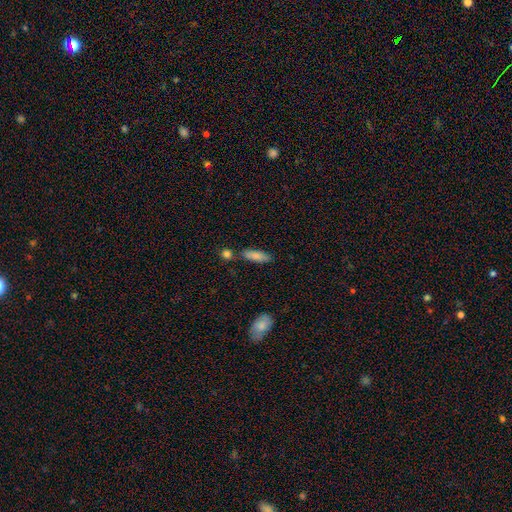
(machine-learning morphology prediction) smooth 83%, featured or disk 10%, star or artifact 7%. Down the decision tree: how rounded — in between (53%); merging — none (72%).